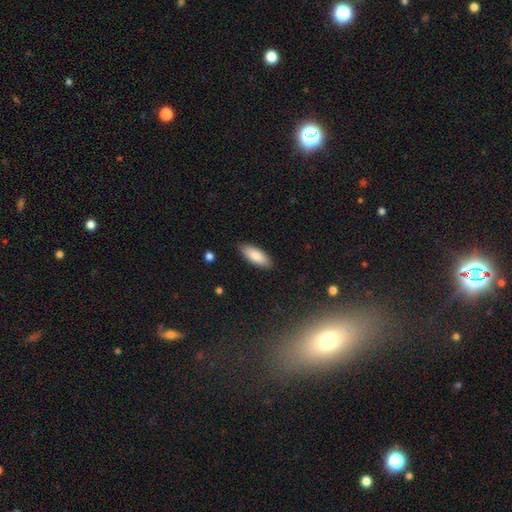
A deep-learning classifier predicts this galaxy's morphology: This appears to be a smooth galaxy with no disk features (85%) that is in between round and cigar-shaped (75%). Merging: none (87%).